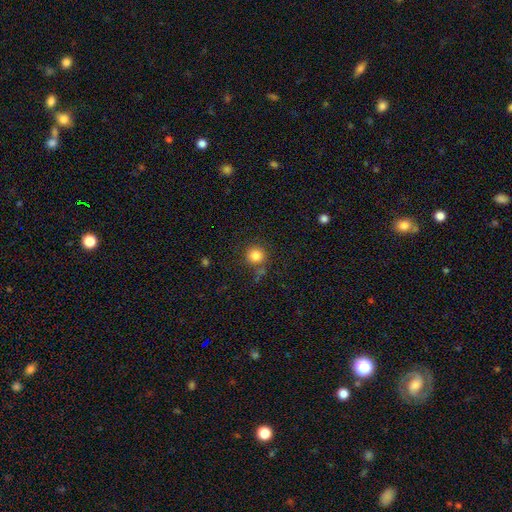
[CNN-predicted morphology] A smooth galaxy with no disk features (83%) that is round (93%).

Vote fractions:
- Smooth or featured? smooth: 83% / star or artifact: 11% / featured or disk: 5%
- How rounded? round: 93% / in between: 6% / cigar-shaped: 1%
- Merging? none: 78% / minor disturbance: 10% / merger: 8% / major disturbance: 4%